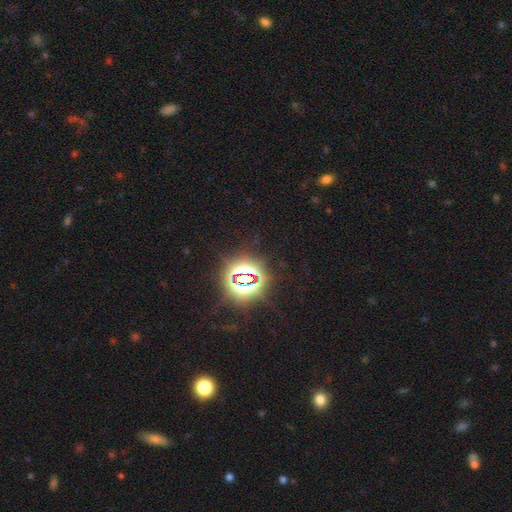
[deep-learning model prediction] smooth-or-featured: star or artifact: 81% | smooth: 14% | featured or disk: 6%